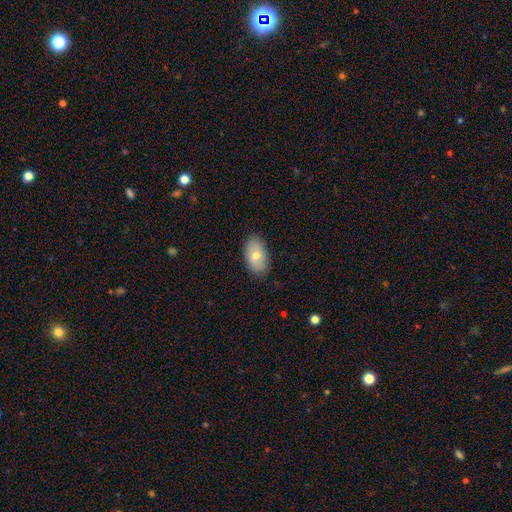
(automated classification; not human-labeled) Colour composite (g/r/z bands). It shows a smooth galaxy with no disk features (71%) that is in between round and cigar-shaped (93%). Merging: none (86%).